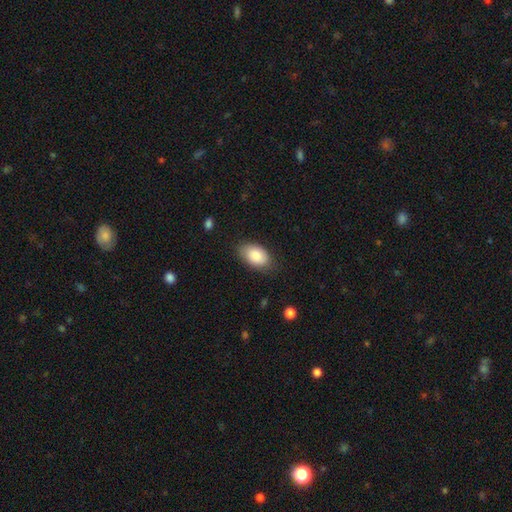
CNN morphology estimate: smooth 85%, featured or disk 8%, star or artifact 6%. Down the decision tree: how rounded — in between (92%); merging — none (79%).